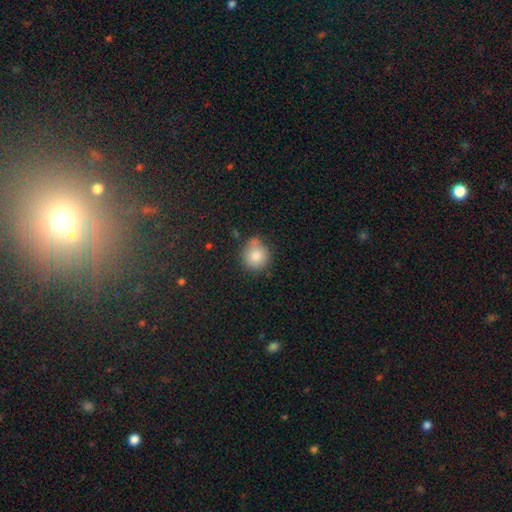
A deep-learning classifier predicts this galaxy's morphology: A smooth galaxy with no disk features (81%) that is round (88%).

Vote fractions:
- Smooth or featured? smooth: 81% / star or artifact: 11% / featured or disk: 9%
- How rounded? round: 88% / in between: 11% / cigar-shaped: 1%
- Merging? none: 64% / minor disturbance: 22% / merger: 9% / major disturbance: 5%